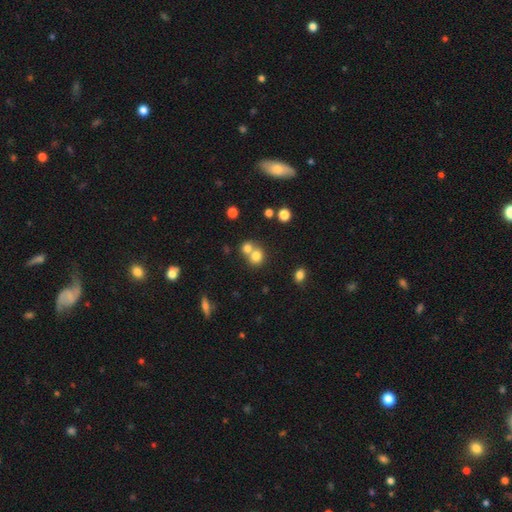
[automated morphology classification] Smooth or featured? smooth (77%)
How rounded? round (76%)
Merging? merger (52%)